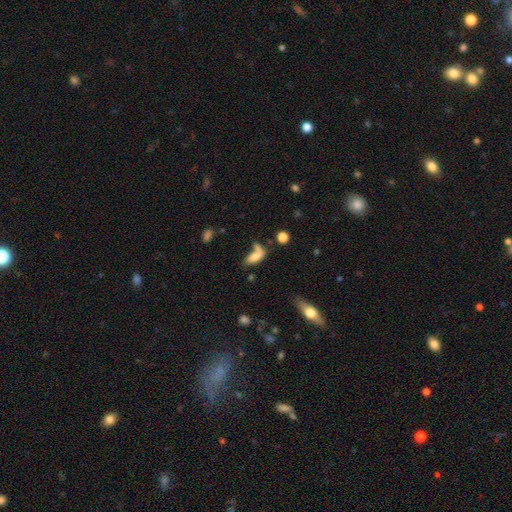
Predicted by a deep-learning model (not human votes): The model was most divided on "merging" (2-way tie): none: 31%, merger: 31%, major disturbance: 20%, minor disturbance: 18%. More confident: how rounded — in between (76%); smooth or featured — smooth (66%).